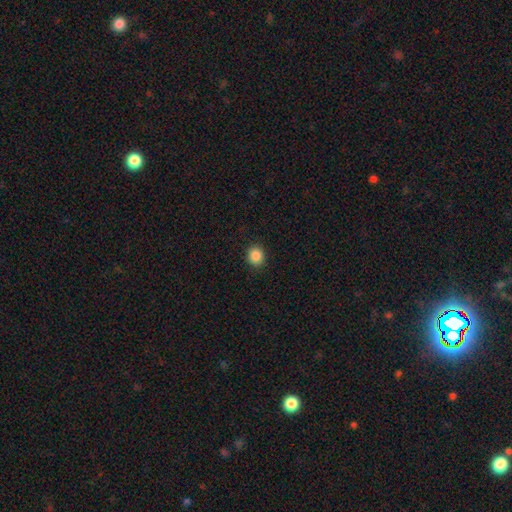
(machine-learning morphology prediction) Q: Smooth or featured?
A: smooth (87%); runner-up: star or artifact (10%)
Q: How rounded?
A: round (83%); runner-up: in between (16%)
Q: Merging?
A: none (91%); runner-up: minor disturbance (6%)